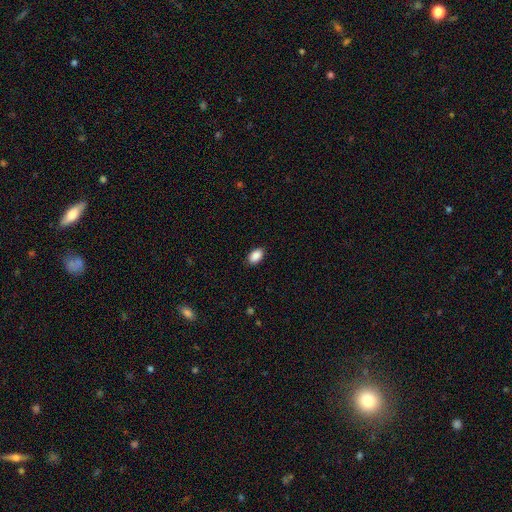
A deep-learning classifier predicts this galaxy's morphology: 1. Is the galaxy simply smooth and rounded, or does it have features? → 90% smooth, 7% star or artifact, 3% featured or disk.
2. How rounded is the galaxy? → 92% in between, 6% round, 2% cigar-shaped.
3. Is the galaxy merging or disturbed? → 89% none, 8% minor disturbance, 2% major disturbance, 1% merger.